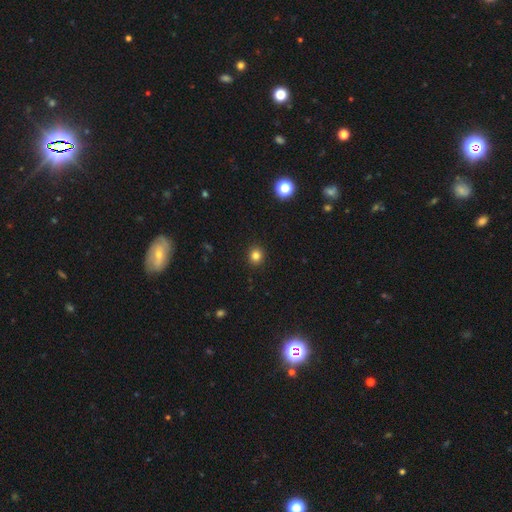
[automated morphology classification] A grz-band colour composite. It shows a smooth galaxy with no disk features (82%) that is round (85%). Merging: none (92%).